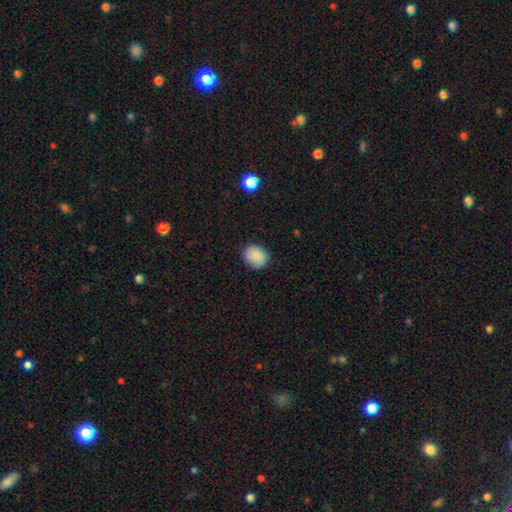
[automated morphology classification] The model was most divided on "how rounded": round: 52%, in between: 47%, cigar-shaped: 1%. More confident: smooth or featured — smooth (88%); merging — none (84%).